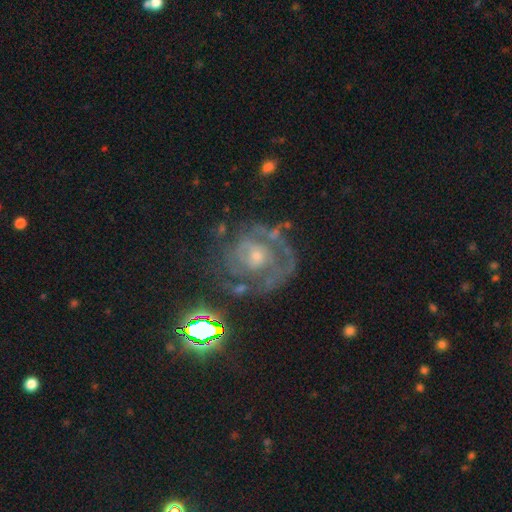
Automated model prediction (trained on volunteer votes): smooth_or_featured: featured or disk (p=0.74) [alt: smooth p=0.15]
disk_edge_on: no (p=0.98) [alt: yes p=0.02]
bar: no (p=0.73) [alt: weak p=0.22]
has_spiral_arms: yes (p=0.75) [alt: no p=0.25]
spiral_winding: tight (p=0.59) [alt: medium p=0.29]
spiral_arm_count: can't tell (p=0.43) [alt: 2 p=0.25]
bulge_size: small (p=0.50) [alt: moderate p=0.41]
merging: none (p=0.57) [alt: minor disturbance p=0.20]